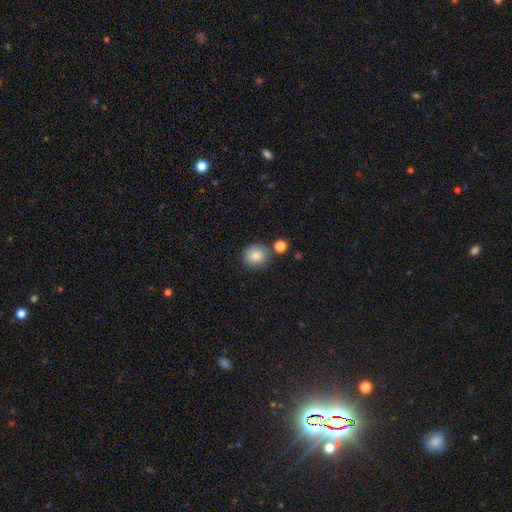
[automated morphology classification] A smooth galaxy with no disk features (85%) that is round (81%). Merging: none (76%).